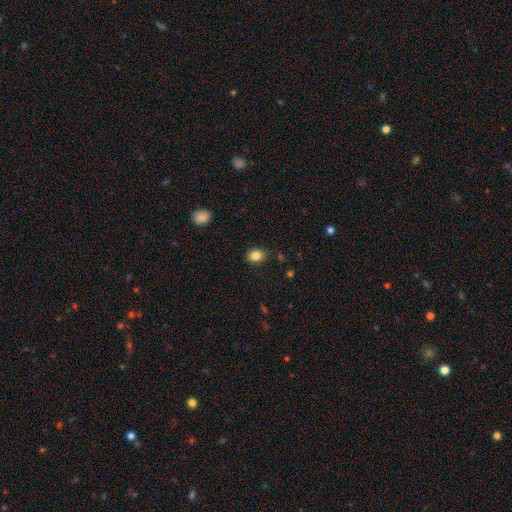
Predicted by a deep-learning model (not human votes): Smooth or featured? smooth (85%)
How rounded? in between (65%)
Merging? none (85%)